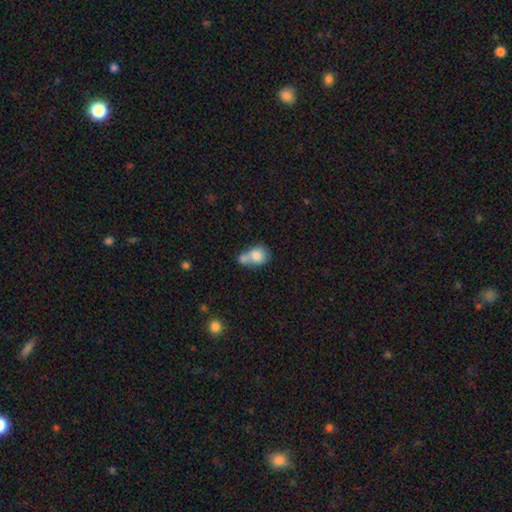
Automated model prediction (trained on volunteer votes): Smooth or featured: smooth — 79% (featured or disk — 12%)
How rounded: round — 65% (in between — 34%)
Merging: merger — 62% (none — 23%)